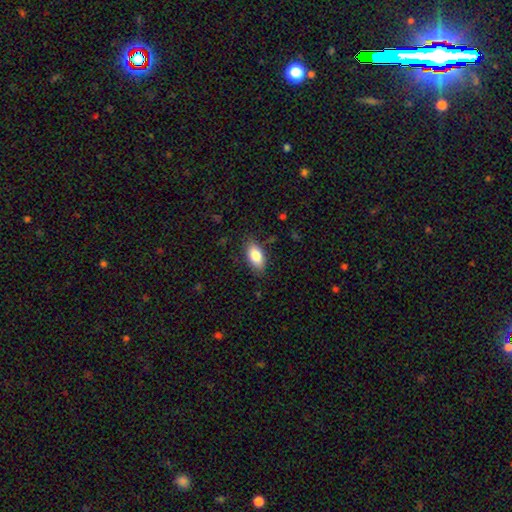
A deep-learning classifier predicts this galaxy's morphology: Smooth or featured? Predicted: smooth (p=0.82). How rounded? Predicted: in between (p=0.90). Merging? Predicted: none (p=0.83).